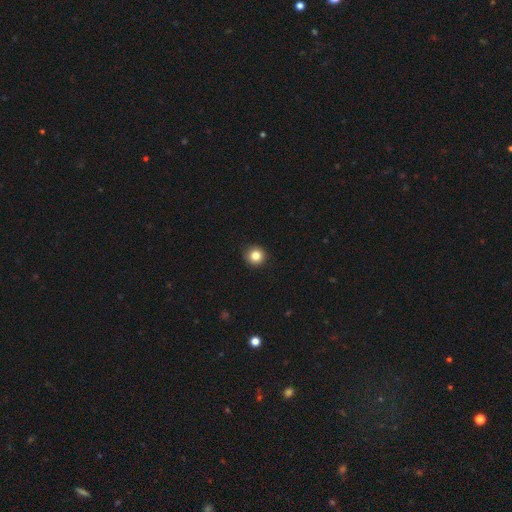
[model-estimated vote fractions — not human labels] A smooth galaxy with no disk features (84%) that is round (93%). Merging: none (91%).